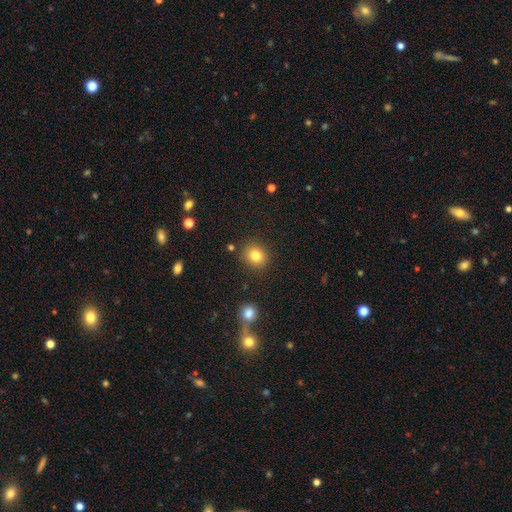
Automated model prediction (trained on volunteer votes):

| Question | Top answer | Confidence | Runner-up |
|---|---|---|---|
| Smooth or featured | smooth | 81% | star or artifact (12%) |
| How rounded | round | 80% | in between (19%) |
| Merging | none | 87% | minor disturbance (8%) |